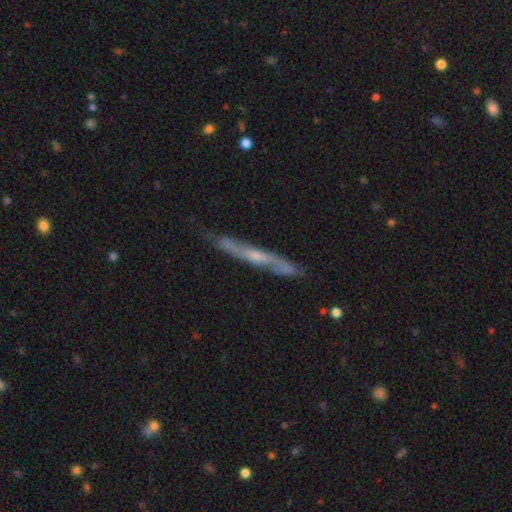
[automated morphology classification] Q: Smooth or featured?
A: featured or disk (69%); runner-up: smooth (22%)
Q: Edge-on disk?
A: yes (86%); runner-up: no (14%)
Q: Edge-on bulge?
A: rounded (51%); runner-up: none (41%)
Q: Merging?
A: none (78%); runner-up: minor disturbance (16%)